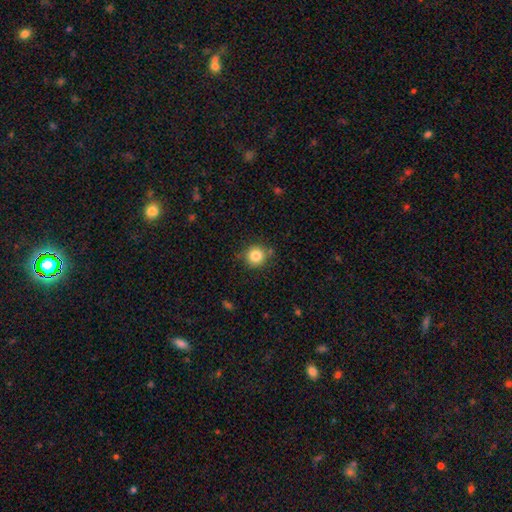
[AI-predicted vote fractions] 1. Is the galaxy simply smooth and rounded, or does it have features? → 84% smooth, 11% star or artifact, 6% featured or disk.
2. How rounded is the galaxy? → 92% round, 7% in between, 1% cigar-shaped.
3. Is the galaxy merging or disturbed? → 84% none, 10% minor disturbance, 3% merger, 3% major disturbance.